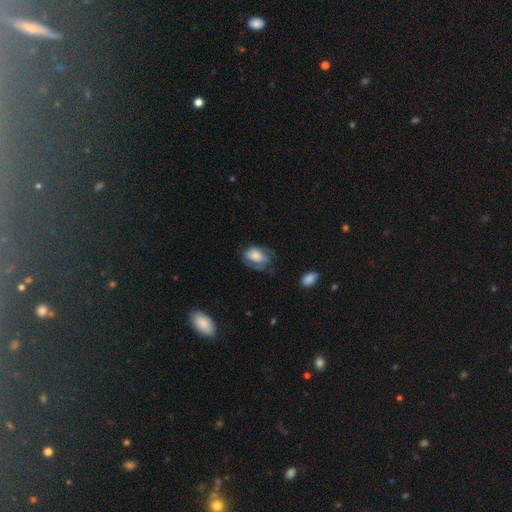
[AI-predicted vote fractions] Smooth or featured: smooth — 57% (featured or disk — 35%)
How rounded: in between — 80% (round — 19%)
Merging: none — 46% (minor disturbance — 29%)